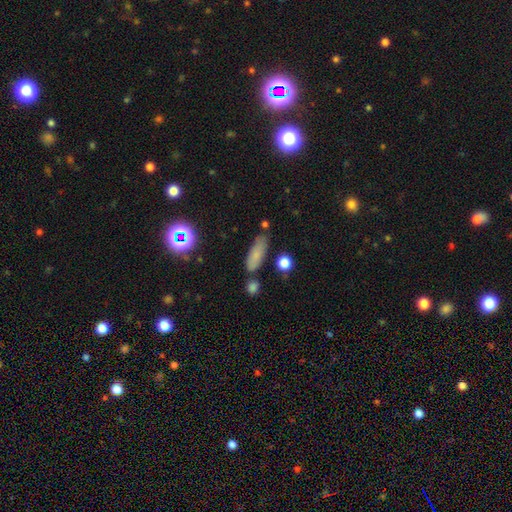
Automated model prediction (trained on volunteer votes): This is likely a smooth galaxy (74%). How rounded: possibly in between (50%). Merging: likely none (72%).